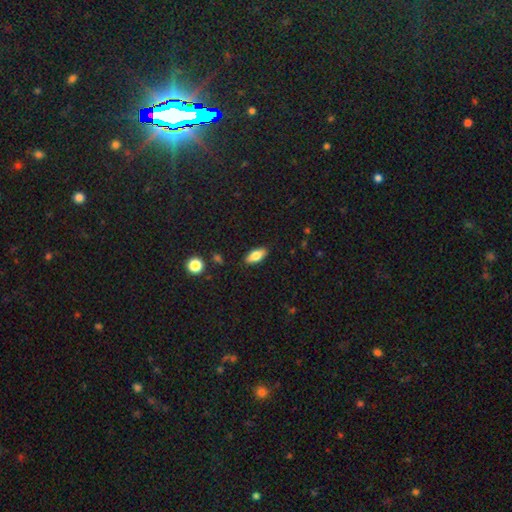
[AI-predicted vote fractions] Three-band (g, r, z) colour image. It shows a smooth galaxy with no disk features (78%) that is in between round and cigar-shaped (85%). Merging: none (88%).